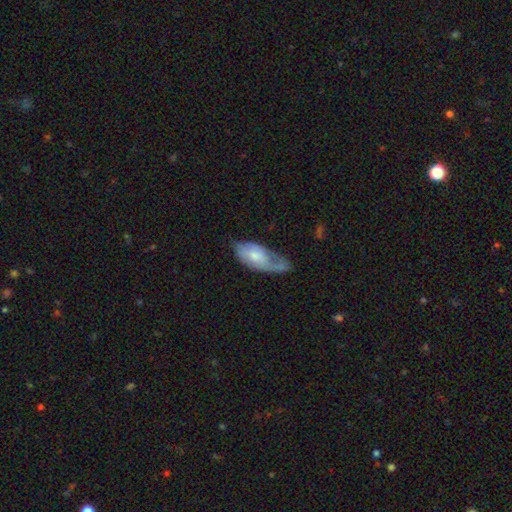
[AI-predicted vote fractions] smooth-or-featured: smooth: 47% (tied) | featured or disk: 47% (tied) | star or artifact: 6%
  merging: none: 34% | minor disturbance: 33% | major disturbance: 29% | merger: 4%